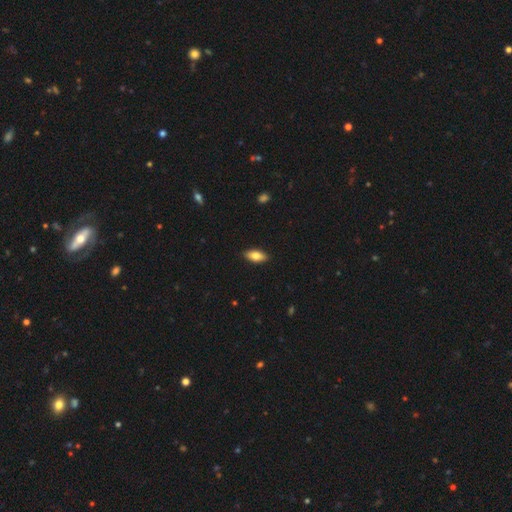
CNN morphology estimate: smooth_or_featured: smooth (p=0.79) [alt: featured or disk p=0.14]
how_rounded: in between (p=0.86) [alt: cigar-shaped p=0.11]
merging: none (p=0.89) [alt: minor disturbance p=0.08]